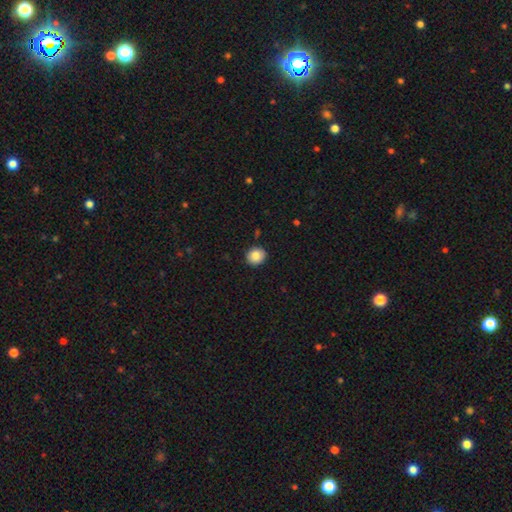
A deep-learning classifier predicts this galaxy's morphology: Overall: smooth (85%). How rounded: round (84%). Merging: none (90%).